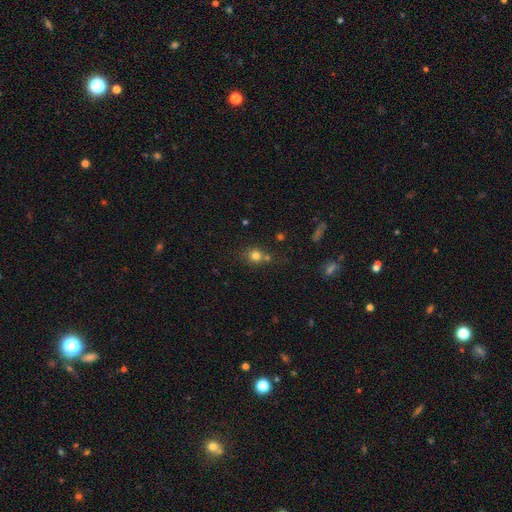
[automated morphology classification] A smooth galaxy with no disk features (76%) that is round (83%). Merging: none (58%).